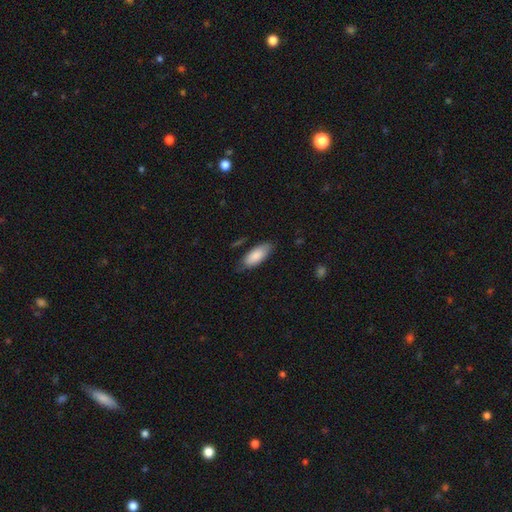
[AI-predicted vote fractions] smooth-or-featured: smooth: 86% | featured or disk: 9% | star or artifact: 6%
  how-rounded: in between: 84% | cigar-shaped: 15% | round: 2%
  merging: none: 76% | minor disturbance: 19% | major disturbance: 4% | merger: 2%